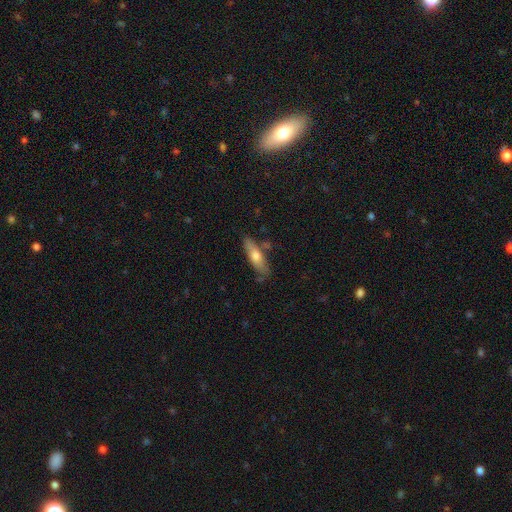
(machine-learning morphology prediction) Smooth or featured? Predicted: smooth (p=0.64). How rounded? Predicted: cigar-shaped (p=0.56). Merging? Predicted: none (p=0.73).